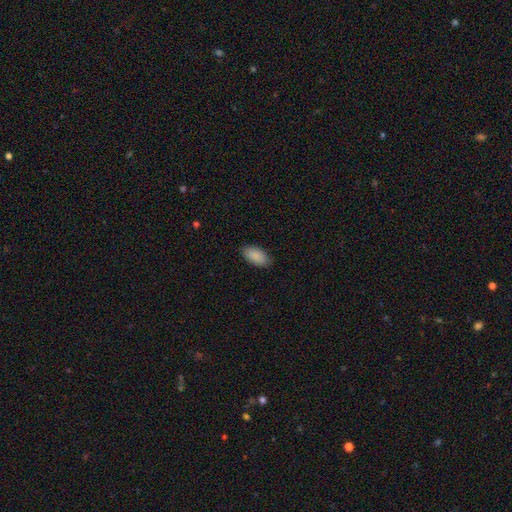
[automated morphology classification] A smooth galaxy with no disk features (90%) that is in between round and cigar-shaped (94%). Merging: none (86%).